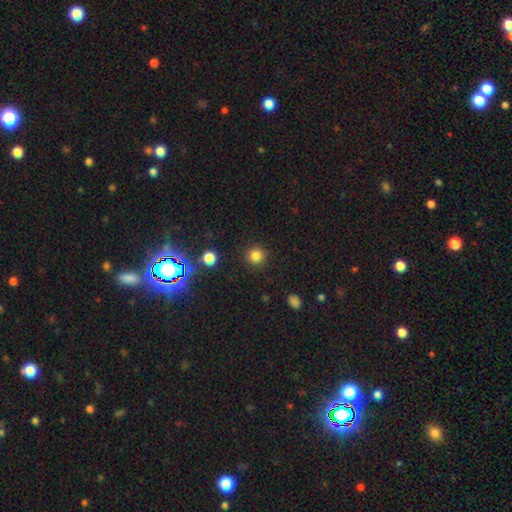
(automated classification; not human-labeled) smooth-or-featured: smooth: 80% | star or artifact: 15% | featured or disk: 5%
  how-rounded: round: 94% | in between: 5% | cigar-shaped: 1%
  merging: none: 90% | minor disturbance: 6% | major disturbance: 2% | merger: 1%